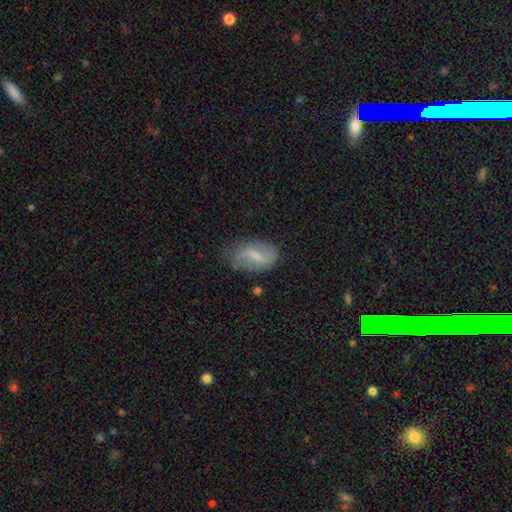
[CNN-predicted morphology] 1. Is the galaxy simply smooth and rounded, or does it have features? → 50% smooth, 42% featured or disk, 8% star or artifact.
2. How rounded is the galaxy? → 90% in between, 7% round, 3% cigar-shaped.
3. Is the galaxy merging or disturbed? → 64% none, 26% minor disturbance, 8% major disturbance, 2% merger.